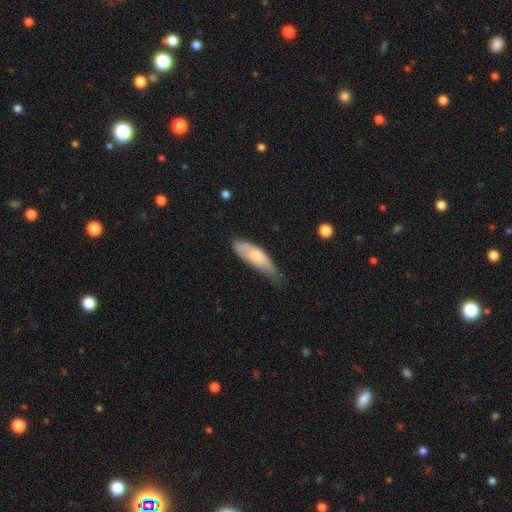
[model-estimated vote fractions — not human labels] smooth_or_featured: smooth (p=0.66) [alt: featured or disk p=0.29]
how_rounded: in between (p=0.61) [alt: cigar-shaped p=0.37]
merging: minor disturbance (p=0.46) [alt: none p=0.35]